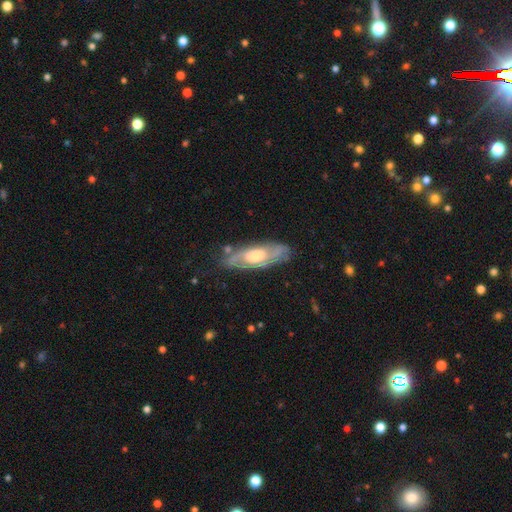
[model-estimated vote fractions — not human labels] Morphology: type=featured or disk (73%); edge-on=no (80%); bar=no (60%); spiral arms=yes (86%); bulge=moderate (53%); merging=none (74%).